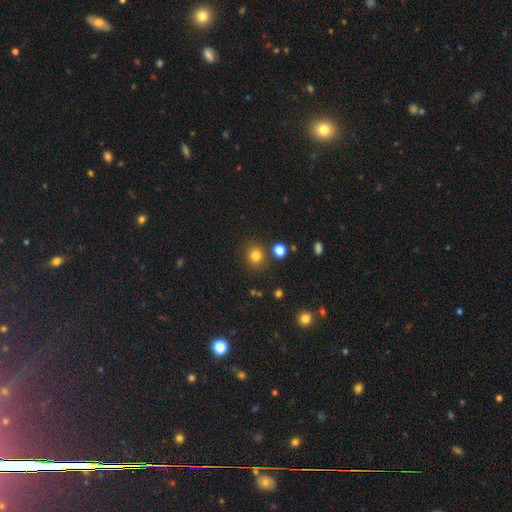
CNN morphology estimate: Smooth or featured? smooth (80%)
How rounded? round (84%)
Merging? none (84%)